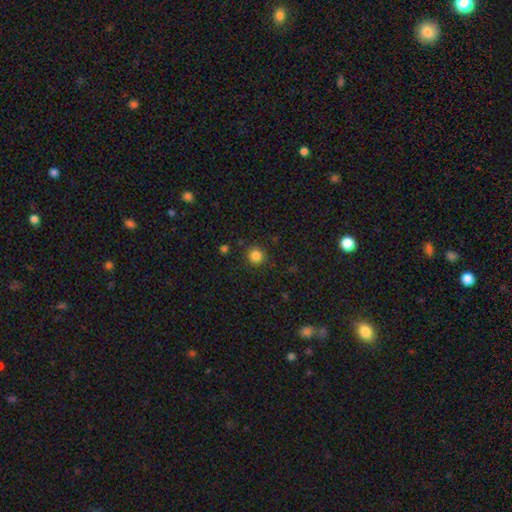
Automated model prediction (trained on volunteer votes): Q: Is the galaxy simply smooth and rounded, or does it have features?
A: smooth — 84%.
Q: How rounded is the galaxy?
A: round — 92%.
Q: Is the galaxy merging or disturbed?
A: none — 87%.